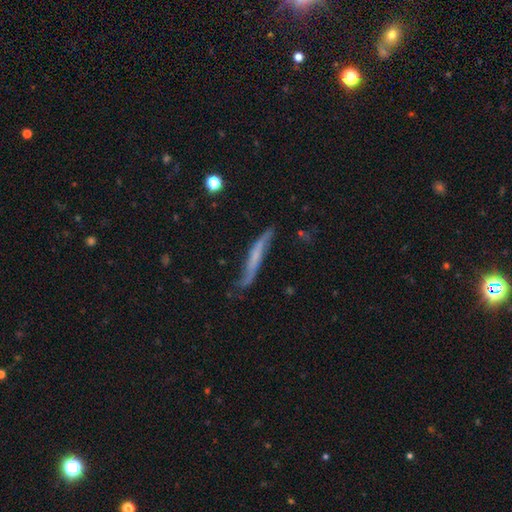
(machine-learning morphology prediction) A featured or disk galaxy (56%) viewed edge-on (70%). Merging: none (56%).